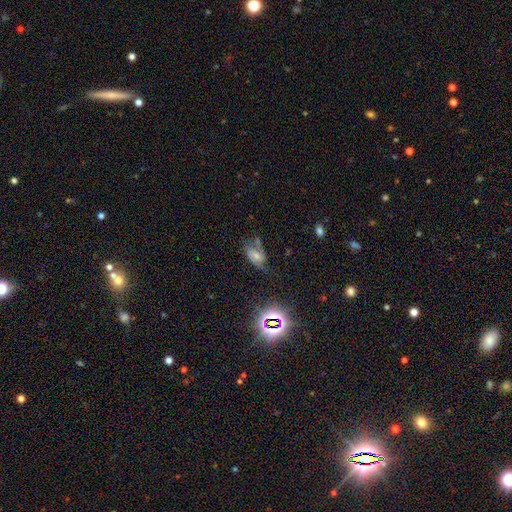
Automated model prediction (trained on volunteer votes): A smooth galaxy with no disk features (42%). Merging: none (45%).